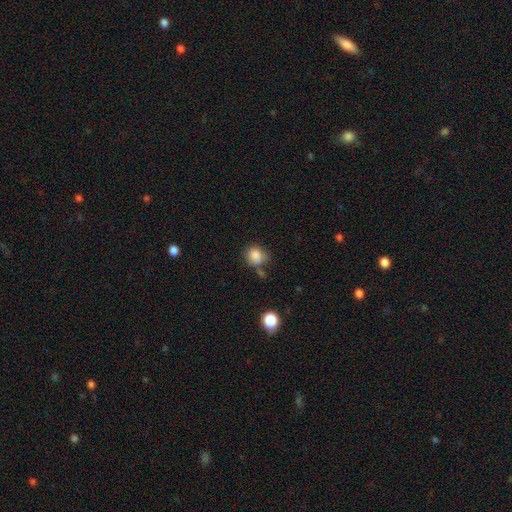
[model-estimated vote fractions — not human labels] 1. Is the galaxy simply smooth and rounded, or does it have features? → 84% smooth, 10% star or artifact, 6% featured or disk.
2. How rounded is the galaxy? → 68% round, 31% in between, 1% cigar-shaped.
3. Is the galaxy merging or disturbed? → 56% none, 25% minor disturbance, 11% merger, 8% major disturbance.